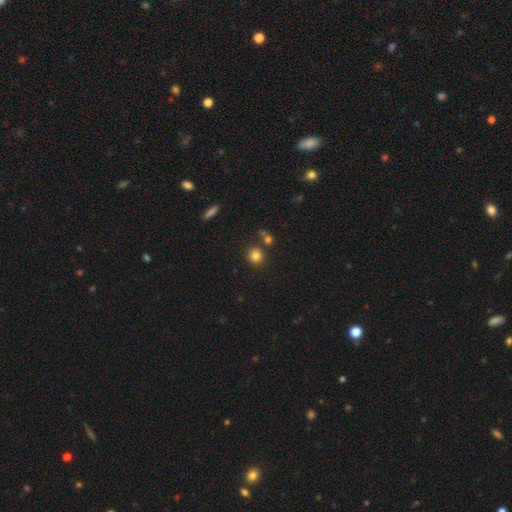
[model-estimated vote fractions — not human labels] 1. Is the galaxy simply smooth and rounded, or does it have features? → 82% smooth, 12% star or artifact, 6% featured or disk.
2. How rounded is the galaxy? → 89% round, 9% in between, 1% cigar-shaped.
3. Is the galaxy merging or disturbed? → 78% none, 10% merger, 9% minor disturbance, 3% major disturbance.